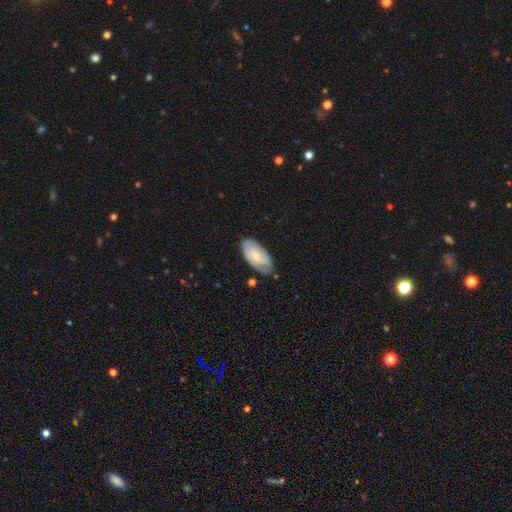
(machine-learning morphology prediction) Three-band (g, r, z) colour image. It shows a featured or disk galaxy (55%) with no bar (66%), spiral arms (84%) and a small central bulge (64%). Merging: none (69%).